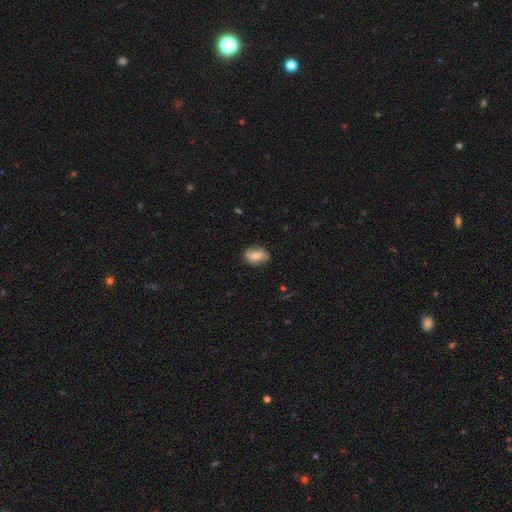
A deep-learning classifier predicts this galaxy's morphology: A smooth galaxy with no disk features (56%) that is in between round and cigar-shaped (78%). Merging: none (74%).